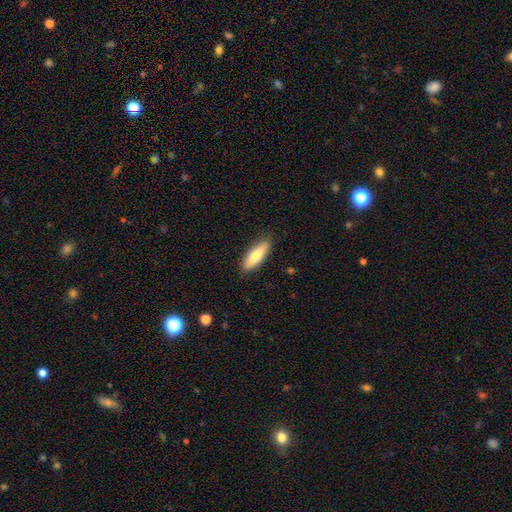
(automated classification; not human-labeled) A smooth galaxy with no disk features (79%) that is in between round and cigar-shaped (58%). Merging: none (86%).